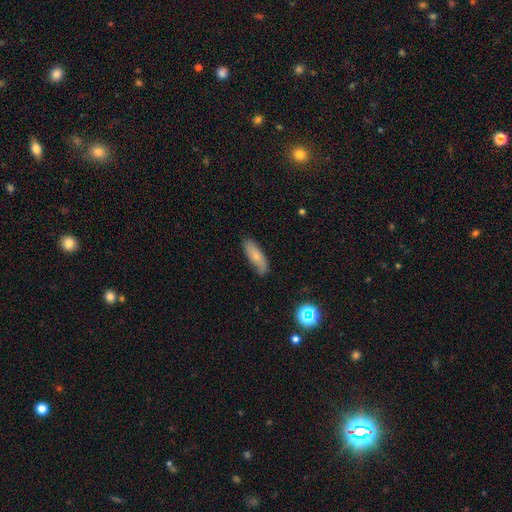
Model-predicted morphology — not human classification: smooth-or-featured: smooth: 71% | featured or disk: 21% | star or artifact: 8%
  how-rounded: in between: 53% | cigar-shaped: 45% | round: 2%
  merging: none: 74% | minor disturbance: 20% | major disturbance: 4% | merger: 2%